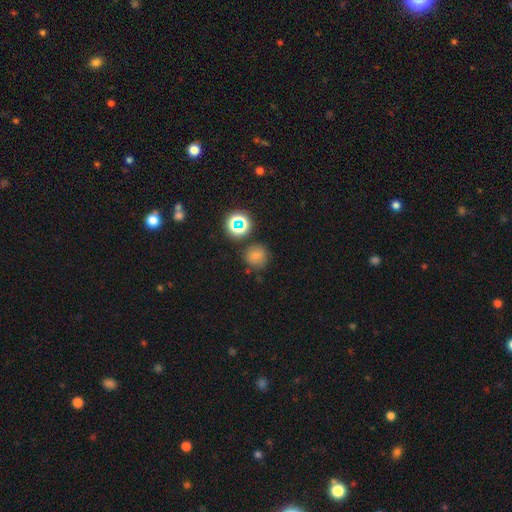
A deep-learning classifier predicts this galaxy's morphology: smooth 71%, star or artifact 21%, featured or disk 8%. Down the decision tree: how rounded — round (89%); merging — none (79%).